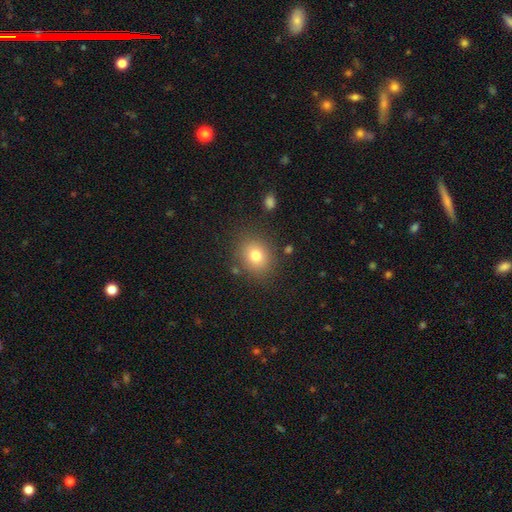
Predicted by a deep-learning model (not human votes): smooth 77%, star or artifact 12%, featured or disk 11%. Down the decision tree: how rounded — round (65%); merging — none (83%).